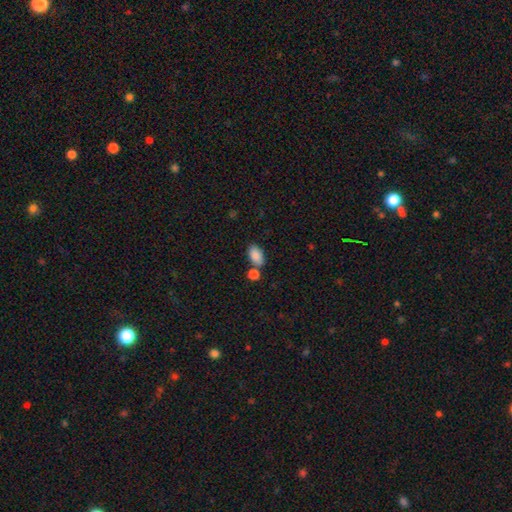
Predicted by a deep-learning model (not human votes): smooth_or_featured: smooth (p=0.87) [alt: star or artifact p=0.07]
how_rounded: in between (p=0.93) [alt: round p=0.05]
merging: none (p=0.65) [alt: merger p=0.19]